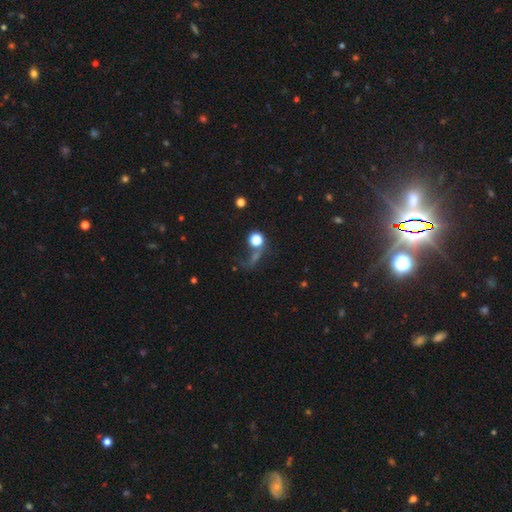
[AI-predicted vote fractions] smooth 42%, star or artifact 38%, featured or disk 19%. Down the decision tree: merging — none (40%).